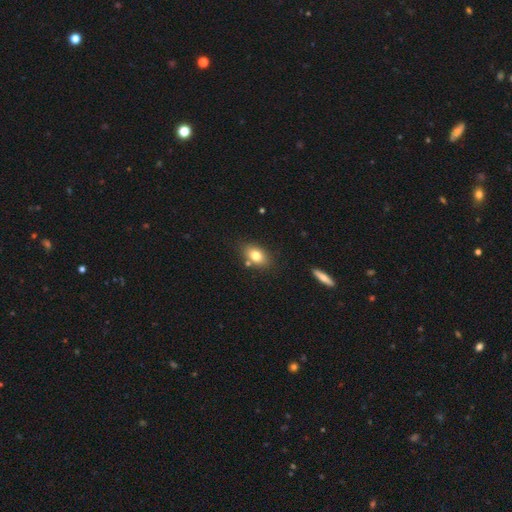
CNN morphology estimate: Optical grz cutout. It shows a smooth galaxy with no disk features (78%) that is in between round and cigar-shaped (82%). Merging: none (77%).